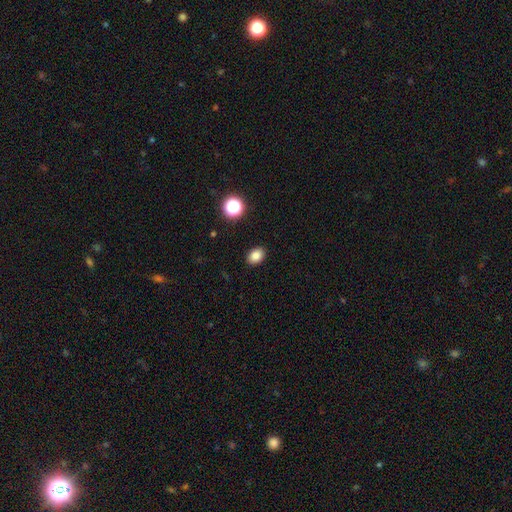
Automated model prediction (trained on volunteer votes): This appears to be a smooth galaxy with no disk features (83%) that is in between round and cigar-shaped (71%). Merging: none (89%).